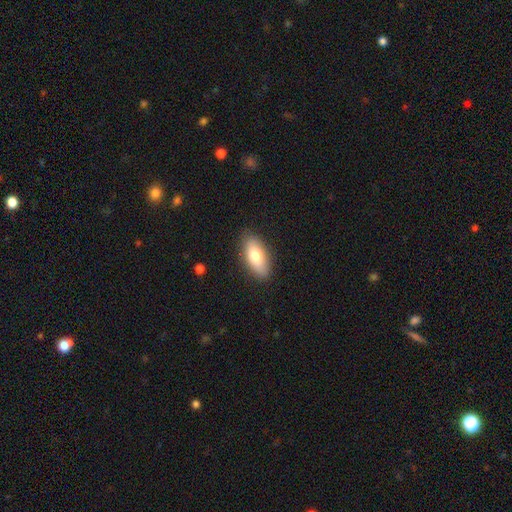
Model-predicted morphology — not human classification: Smooth or featured? Predicted: smooth (p=0.76). How rounded? Predicted: in between (p=0.86). Merging? Predicted: none (p=0.86).